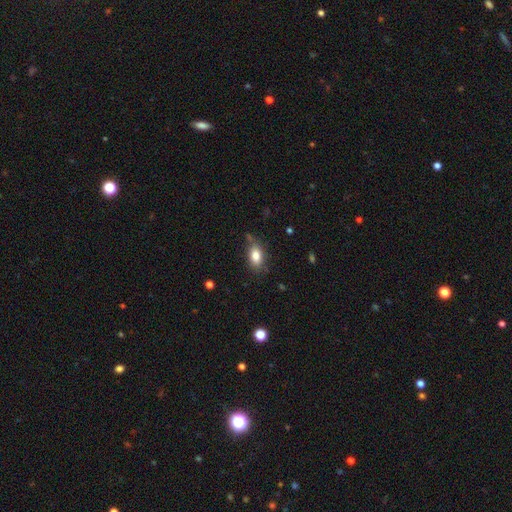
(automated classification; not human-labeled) Smooth or featured?
  - smooth: 83% *
  - featured or disk: 9%
  - star or artifact: 8%
How rounded?
  - in between: 87% *
  - round: 9%
  - cigar-shaped: 4%
Merging?
  - none: 73% *
  - minor disturbance: 19%
  - major disturbance: 5%
  - merger: 4%